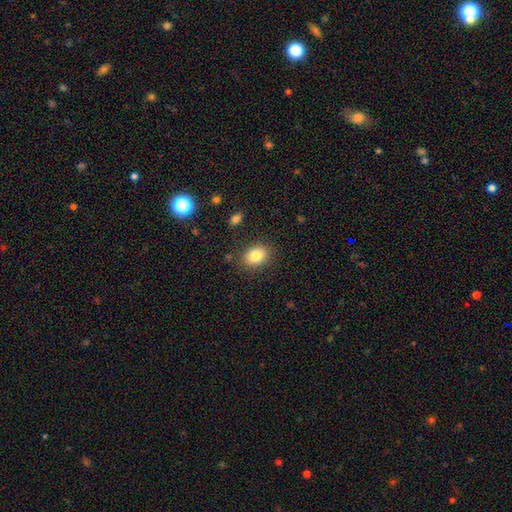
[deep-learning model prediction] smooth-or-featured: smooth: 83% | star or artifact: 9% | featured or disk: 8%
  how-rounded: in between: 67% | round: 32% | cigar-shaped: 1%
  merging: none: 85% | minor disturbance: 10% | major disturbance: 3% | merger: 2%